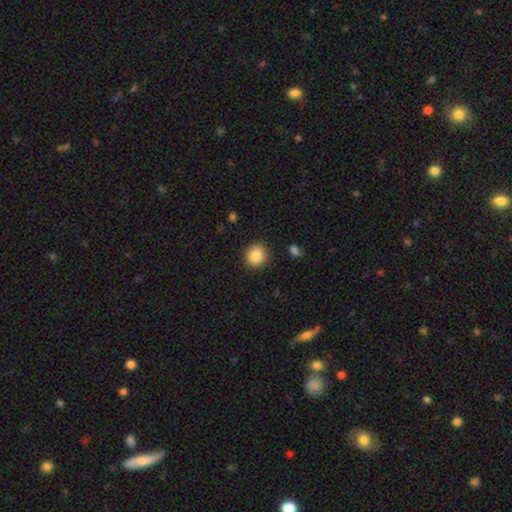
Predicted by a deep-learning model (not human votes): This is clearly a smooth galaxy (88%). How rounded: clearly round (84%). Merging: clearly none (89%).